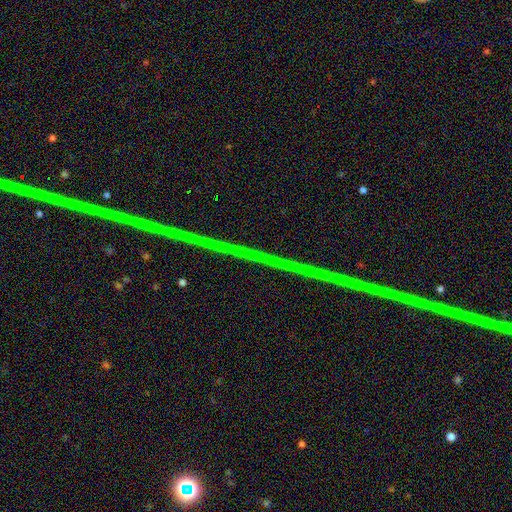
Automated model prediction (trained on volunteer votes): Smooth or featured: star or artifact — 81% (featured or disk — 13%)